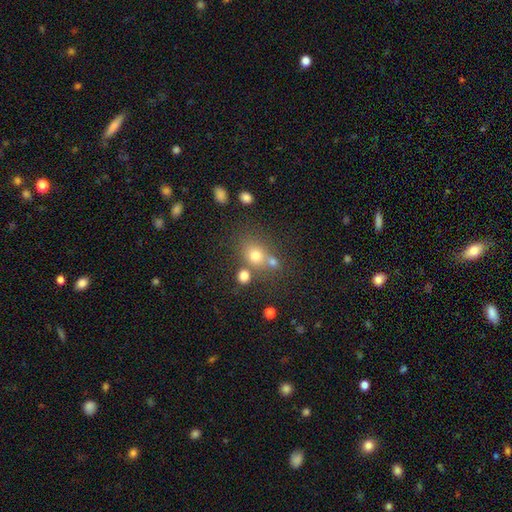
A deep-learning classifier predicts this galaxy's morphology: Smooth or featured?
  - smooth: 71% *
  - star or artifact: 17%
  - featured or disk: 12%
How rounded?
  - round: 67% *
  - in between: 32%
  - cigar-shaped: 1%
Merging?
  - none: 51% *
  - merger: 31%
  - minor disturbance: 12%
  - major disturbance: 6%